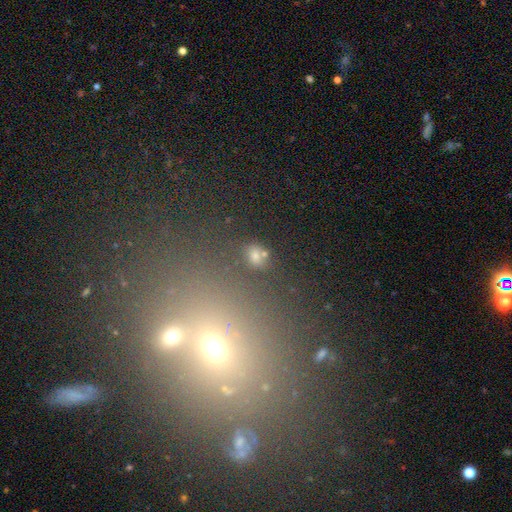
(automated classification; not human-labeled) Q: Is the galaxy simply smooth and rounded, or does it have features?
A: smooth — 46%.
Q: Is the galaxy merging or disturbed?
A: none — 65%.